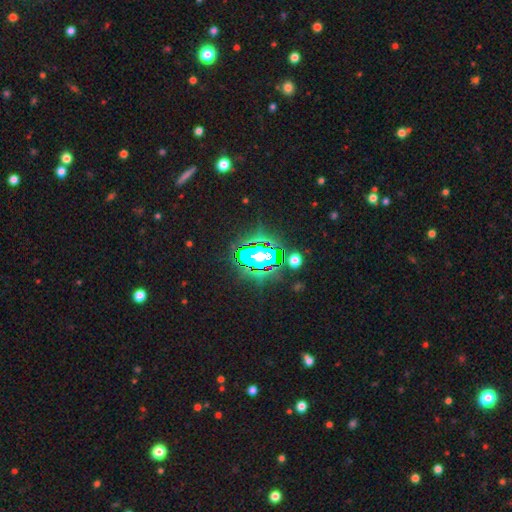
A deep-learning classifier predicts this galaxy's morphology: star or artifact 77%, smooth 13%, featured or disk 10%.